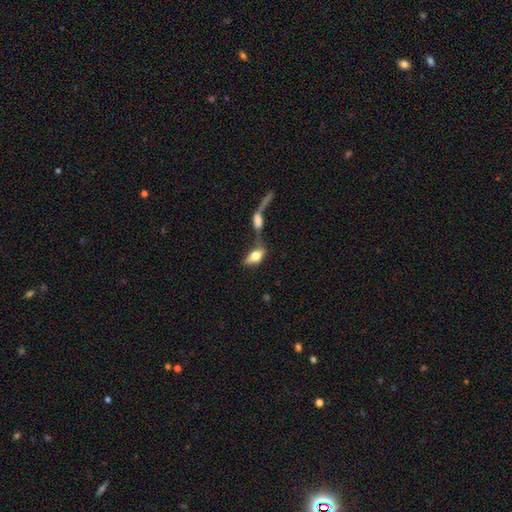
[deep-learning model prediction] A smooth galaxy with no disk features (63%) that is in between round and cigar-shaped (82%).

Vote fractions:
- Smooth or featured? smooth: 63% / featured or disk: 28% / star or artifact: 9%
- How rounded? in between: 82% / cigar-shaped: 10% / round: 7%
- Merging? merger: 63% / none: 16% / major disturbance: 13% / minor disturbance: 8%